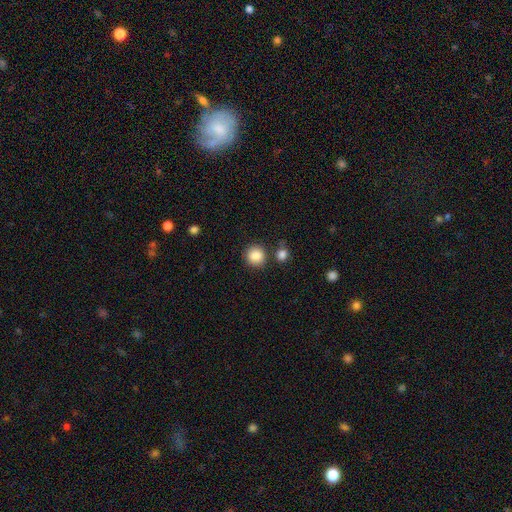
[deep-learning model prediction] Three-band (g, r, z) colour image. It shows a smooth galaxy with no disk features (88%) that is round (90%). Merging: none (81%).